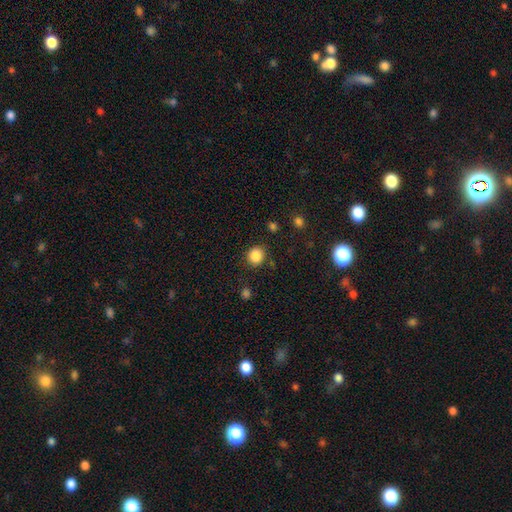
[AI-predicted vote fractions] Overall: smooth (86%). How rounded: round (81%). Merging: none (85%).